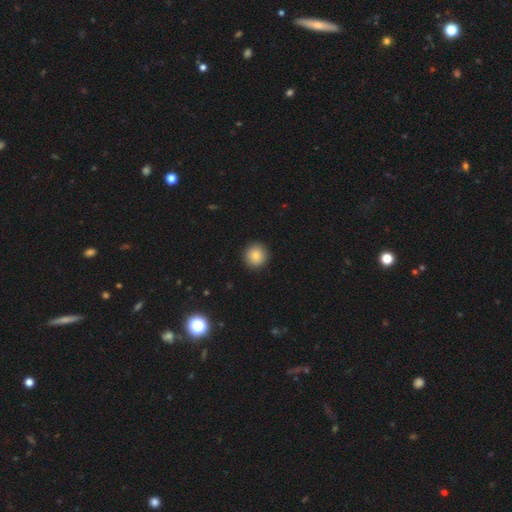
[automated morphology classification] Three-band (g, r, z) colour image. It shows a smooth galaxy with no disk features (84%) that is round (92%). Merging: none (91%).